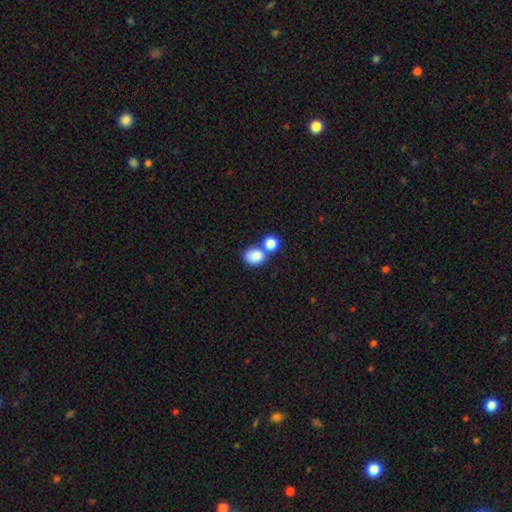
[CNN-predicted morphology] The model was most divided on "how rounded": in between: 54%, round: 45%, cigar-shaped: 1%. Remaining: smooth or featured — smooth (84%); merging — none (48%).